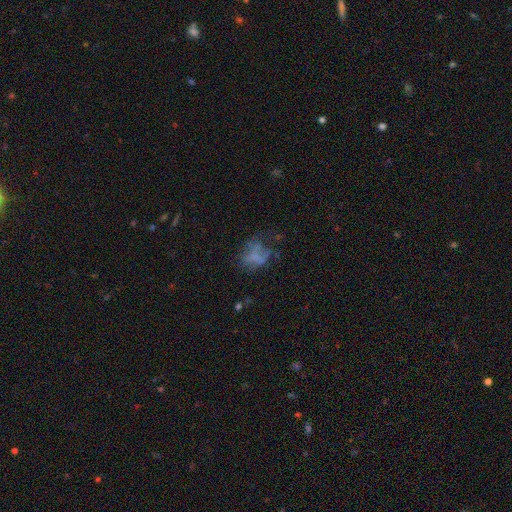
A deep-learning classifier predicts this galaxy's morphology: A featured or disk galaxy (43%).

Vote fractions:
- Smooth or featured? featured or disk: 43% / smooth: 40% / star or artifact: 17%
- Merging? none: 38% / major disturbance: 36% / minor disturbance: 20% / merger: 6%